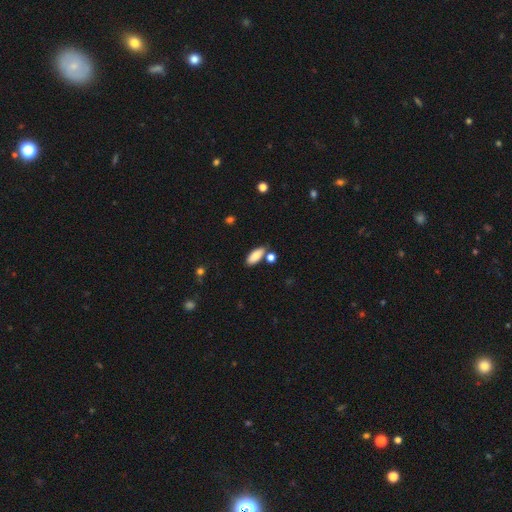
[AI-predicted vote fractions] Smooth or featured: smooth — 85% (featured or disk — 8%)
How rounded: in between — 83% (cigar-shaped — 14%)
Merging: none — 73% (minor disturbance — 13%)